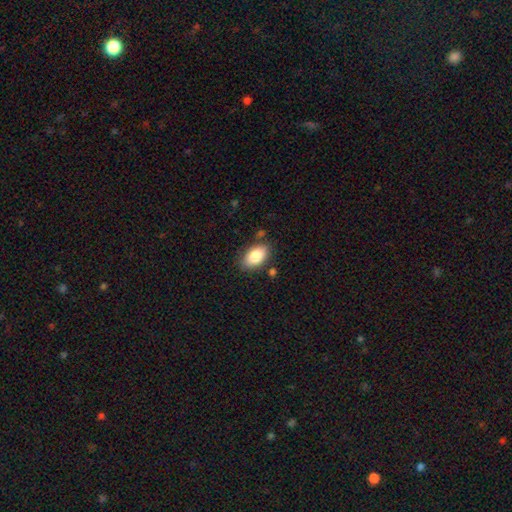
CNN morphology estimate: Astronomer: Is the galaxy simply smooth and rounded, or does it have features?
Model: smooth — 85%.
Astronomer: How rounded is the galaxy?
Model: in between — 93%.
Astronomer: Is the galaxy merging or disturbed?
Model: none — 80%.